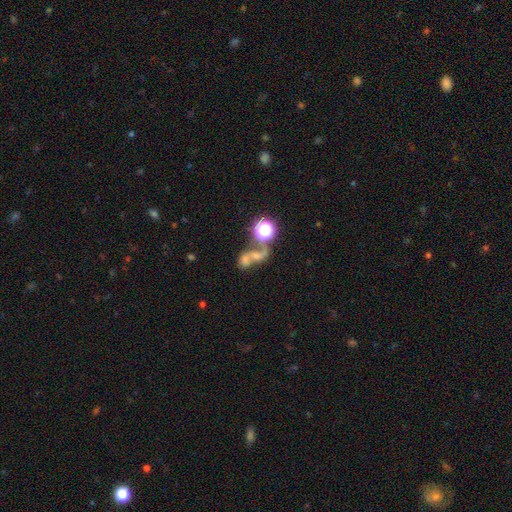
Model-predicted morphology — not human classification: This is marginally a smooth galaxy (39%). Merging: possibly merger (52%).